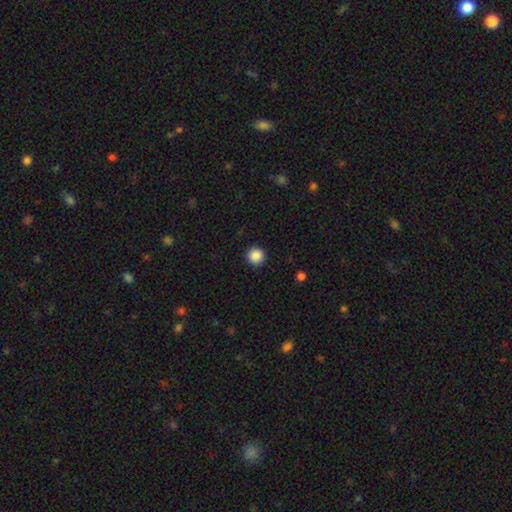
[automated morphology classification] smooth-or-featured: smooth: 88% | star or artifact: 10% | featured or disk: 3%
  how-rounded: round: 96% | in between: 3% | cigar-shaped: 1%
  merging: none: 93% | minor disturbance: 5% | major disturbance: 2% | merger: 1%